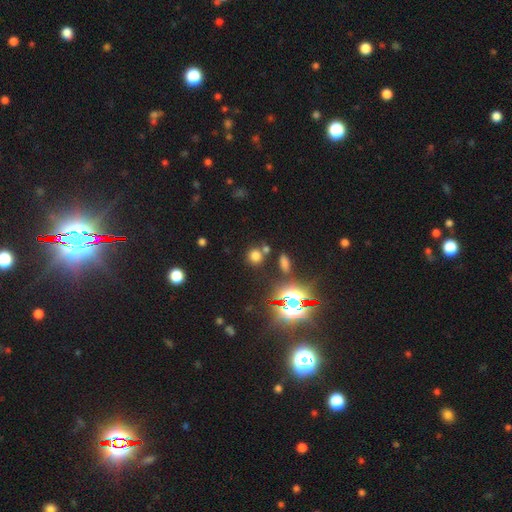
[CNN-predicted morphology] Smooth or featured? smooth (63%)
How rounded? round (83%)
Merging? none (73%)